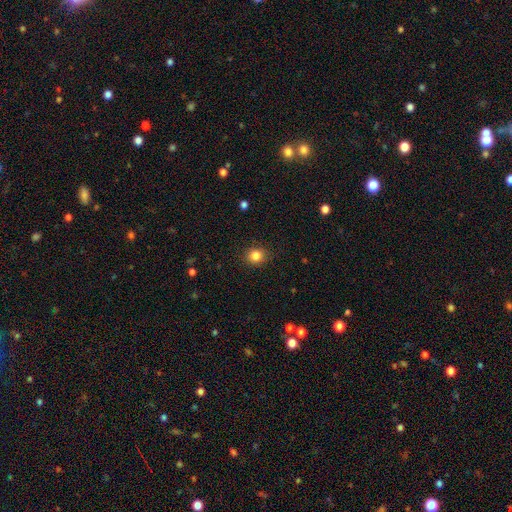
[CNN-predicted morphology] Smooth or featured? smooth (84%)
How rounded? round (79%)
Merging? none (89%)